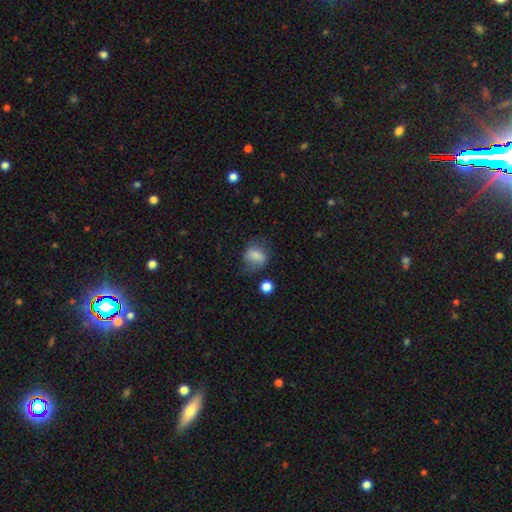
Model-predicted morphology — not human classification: Q: Smooth or featured?
A: smooth (77%); runner-up: featured or disk (12%)
Q: How rounded?
A: in between (57%); runner-up: round (41%)
Q: Merging?
A: none (57%); runner-up: minor disturbance (26%)